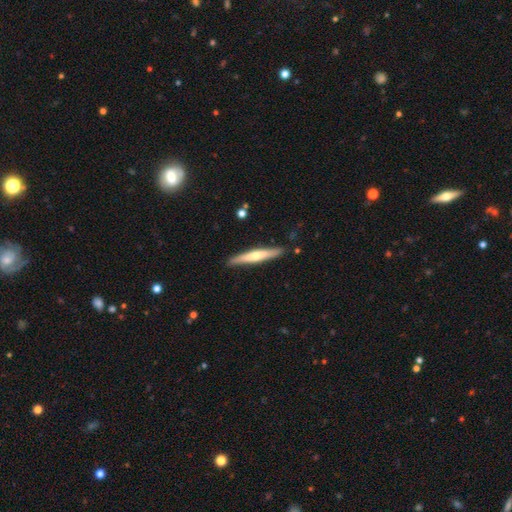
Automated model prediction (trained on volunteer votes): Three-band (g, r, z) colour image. It shows a featured or disk galaxy (50%). Merging: none (88%).